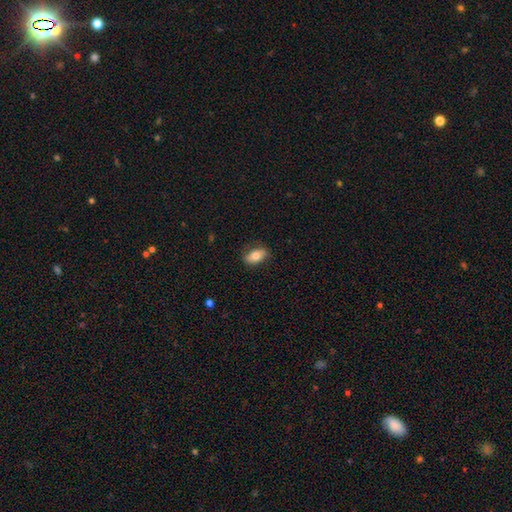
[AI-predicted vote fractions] Morphology: type=smooth (74%); roundness=in between (89%); merging=none (83%).